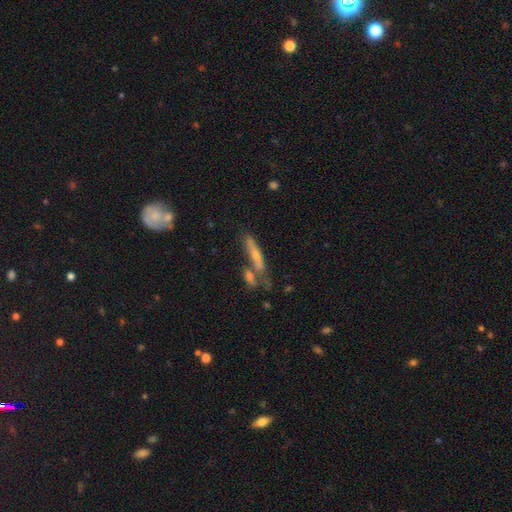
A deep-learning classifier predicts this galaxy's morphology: The model was most divided on "smooth or featured": featured or disk: 50%, smooth: 39%, star or artifact: 11%. More confident: merging — none (50%).